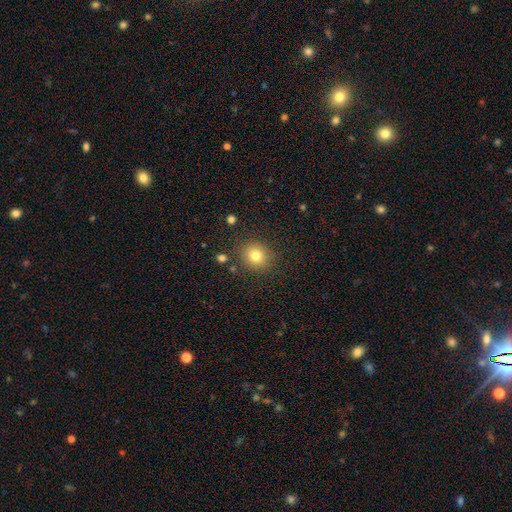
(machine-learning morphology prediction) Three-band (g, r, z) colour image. It shows a smooth galaxy with no disk features (80%) that is round (82%). Merging: none (86%).